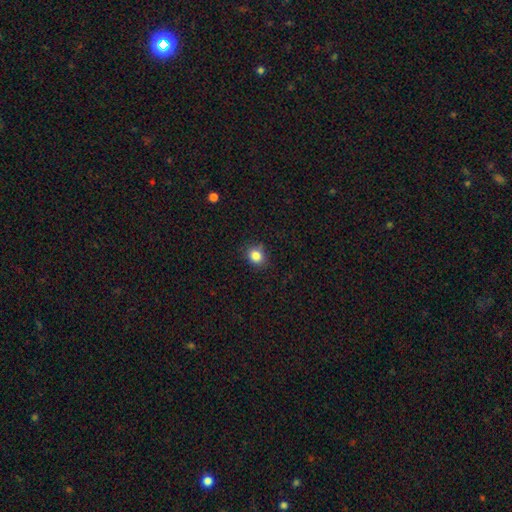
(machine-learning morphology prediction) Smooth or featured?
  - smooth: 85% *
  - star or artifact: 11%
  - featured or disk: 4%
How rounded?
  - round: 74% *
  - in between: 25%
  - cigar-shaped: 1%
Merging?
  - none: 83% *
  - minor disturbance: 13%
  - major disturbance: 3%
  - merger: 1%